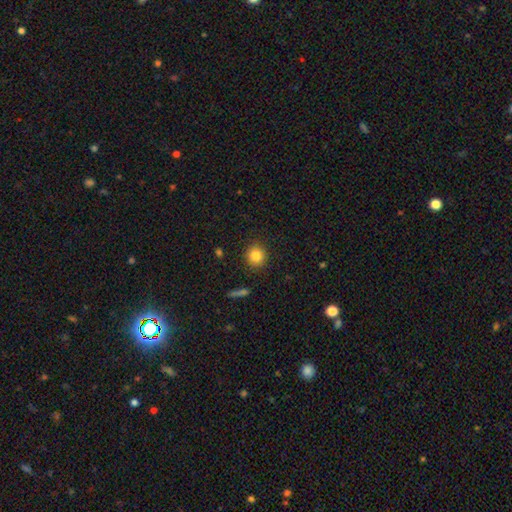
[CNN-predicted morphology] Smooth or featured?
  - smooth: 84% *
  - star or artifact: 10%
  - featured or disk: 6%
How rounded?
  - round: 90% *
  - in between: 9%
  - cigar-shaped: 1%
Merging?
  - none: 90% *
  - minor disturbance: 6%
  - major disturbance: 2%
  - merger: 1%